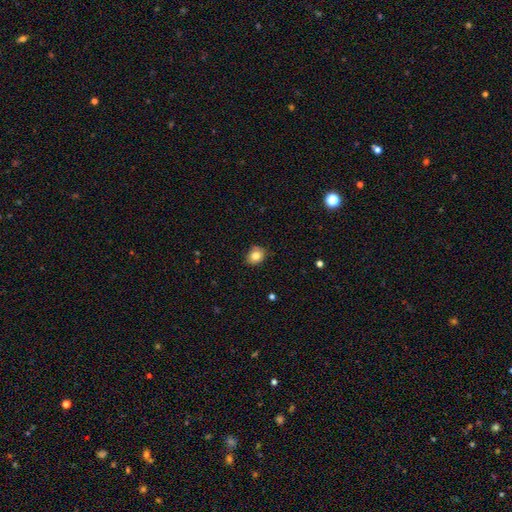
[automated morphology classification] The model was most divided on "how rounded": round: 62%, in between: 37%, cigar-shaped: 1%. More confident: merging — none (82%); smooth or featured — smooth (81%).